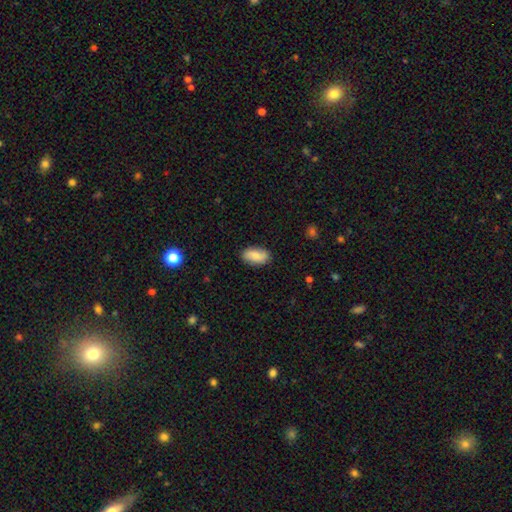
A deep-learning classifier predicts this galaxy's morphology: A smooth galaxy with no disk features (80%) that is in between round and cigar-shaped (93%).

Vote fractions:
- Smooth or featured? smooth: 80% / featured or disk: 14% / star or artifact: 7%
- How rounded? in between: 93% / round: 4% / cigar-shaped: 3%
- Merging? none: 86% / minor disturbance: 11% / major disturbance: 2% / merger: 1%